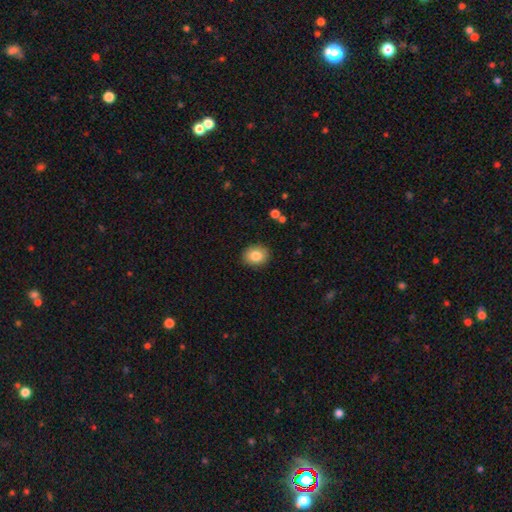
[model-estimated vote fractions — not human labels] smooth_or_featured: smooth (p=0.83) [alt: featured or disk p=0.08]
how_rounded: round (p=0.53) [alt: in between p=0.46]
merging: none (p=0.89) [alt: minor disturbance p=0.08]